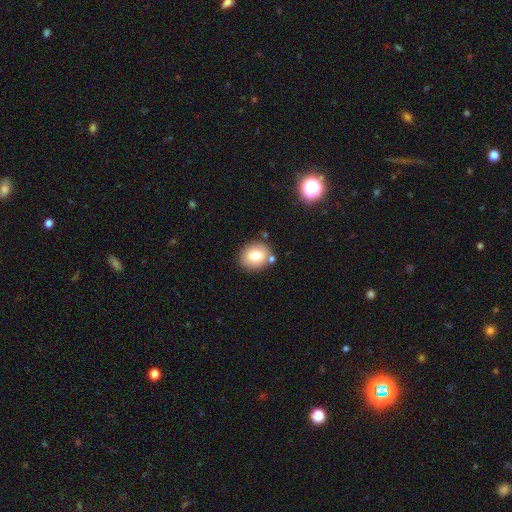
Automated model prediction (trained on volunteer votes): smooth-or-featured: smooth: 77% | featured or disk: 14% | star or artifact: 10%
  how-rounded: round: 66% | in between: 33% | cigar-shaped: 1%
  merging: none: 79% | minor disturbance: 11% | merger: 8% | major disturbance: 3%